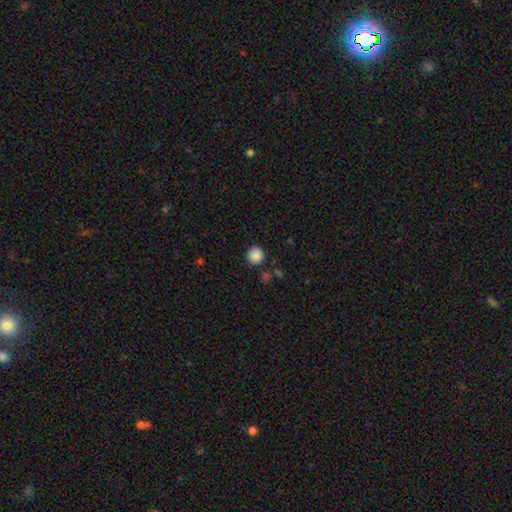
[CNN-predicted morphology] type=smooth (87%); roundness=round (90%); merging=none (84%).